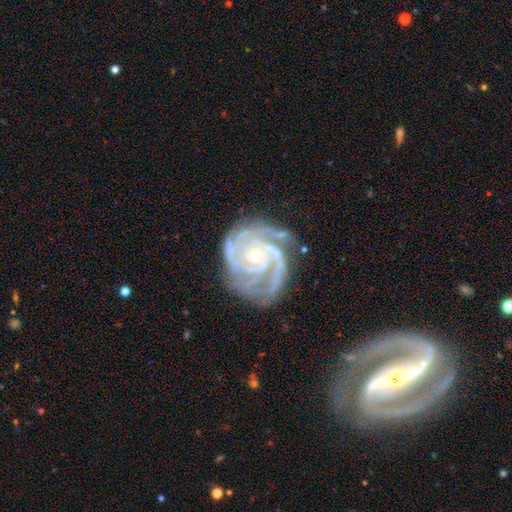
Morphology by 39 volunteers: This appears to be a featured or disk galaxy (92%) with no bar (61%), 2 (47%) tight (67%) spiral arms (100%) and a small central bulge (69%). Merging: none (65%).